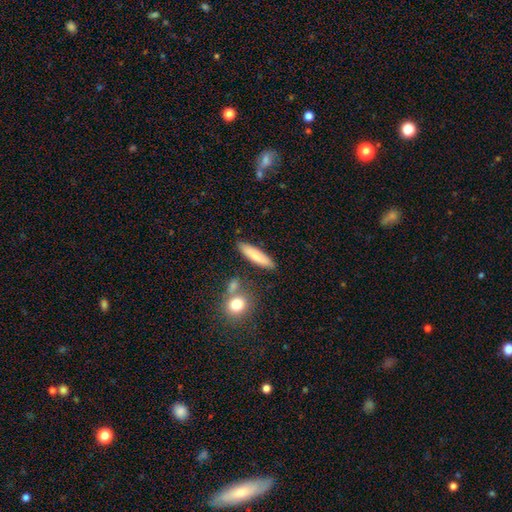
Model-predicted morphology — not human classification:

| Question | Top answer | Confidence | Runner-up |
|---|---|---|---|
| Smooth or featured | smooth | 78% | featured or disk (15%) |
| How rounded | cigar-shaped | 77% | in between (21%) |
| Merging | none | 83% | minor disturbance (10%) |